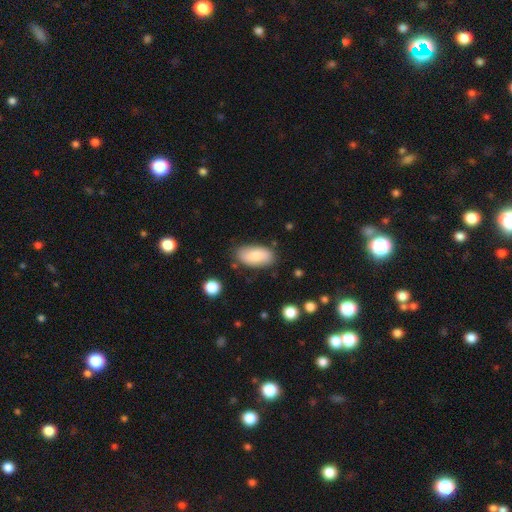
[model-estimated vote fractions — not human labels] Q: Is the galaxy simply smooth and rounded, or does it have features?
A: smooth — 79%.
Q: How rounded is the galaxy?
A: in between — 93%.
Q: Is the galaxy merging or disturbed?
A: none — 80%.